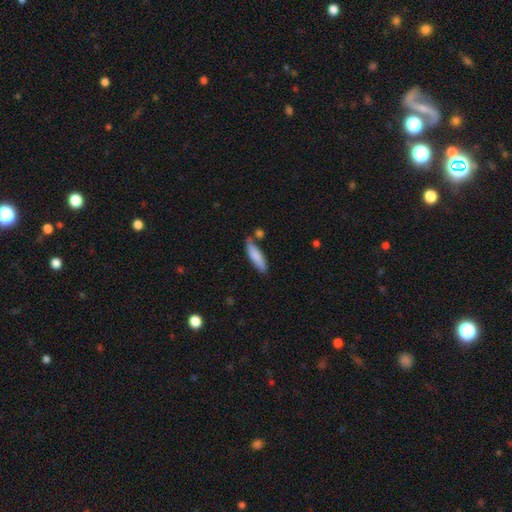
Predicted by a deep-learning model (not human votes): Morphology: type=smooth (82%); roundness=cigar-shaped (65%); merging=none (70%).